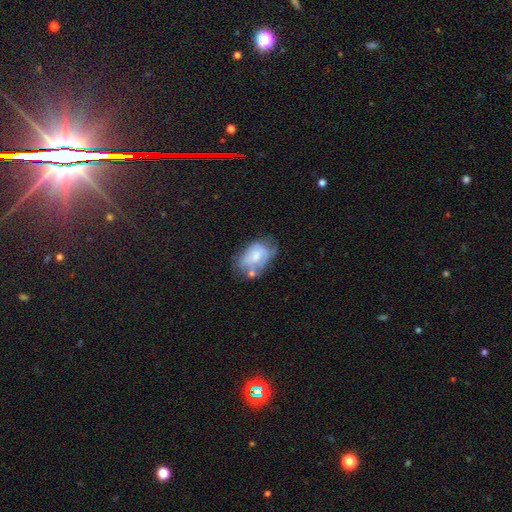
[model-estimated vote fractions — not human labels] smooth-or-featured: smooth: 53% | featured or disk: 38% | star or artifact: 8%
  how-rounded: in between: 86% | round: 12% | cigar-shaped: 1%
  merging: none: 35% | minor disturbance: 31% | major disturbance: 19% | merger: 14%